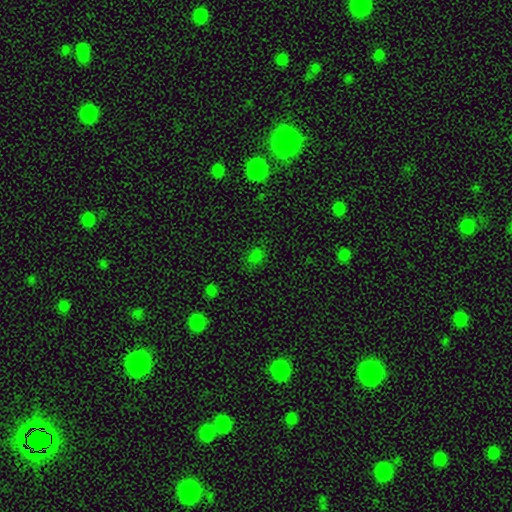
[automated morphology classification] A smooth galaxy with no disk features (66%) that is in between round and cigar-shaped (57%).

Vote fractions:
- Smooth or featured? smooth: 66% / star or artifact: 29% / featured or disk: 5%
- How rounded? in between: 57% / round: 41% / cigar-shaped: 2%
- Merging? none: 78% / minor disturbance: 14% / major disturbance: 5% / merger: 3%